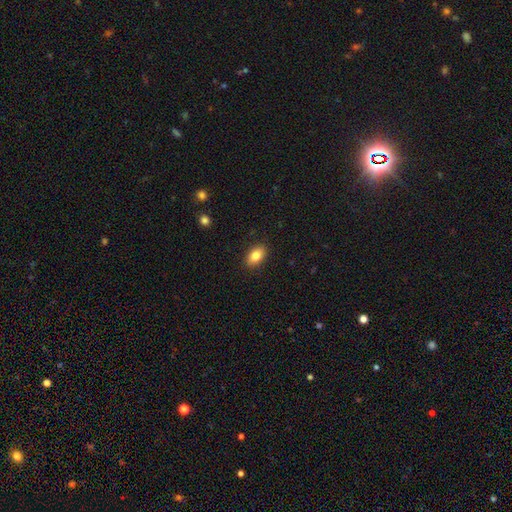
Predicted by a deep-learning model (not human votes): Smooth or featured: smooth — 84% (featured or disk — 8%)
How rounded: in between — 90% (round — 8%)
Merging: none — 89% (minor disturbance — 8%)